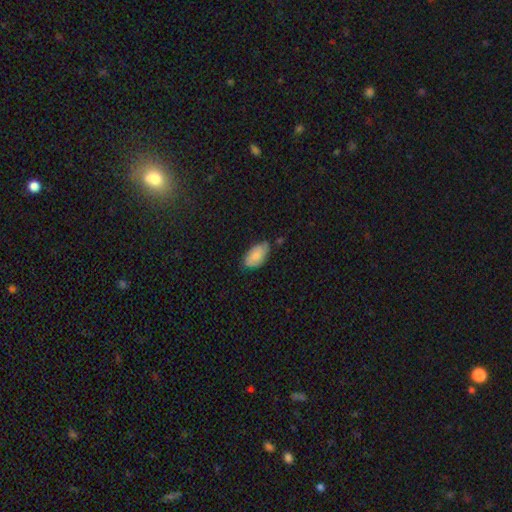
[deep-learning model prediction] A smooth galaxy with no disk features (80%) that is in between round and cigar-shaped (94%). Merging: none (64%).